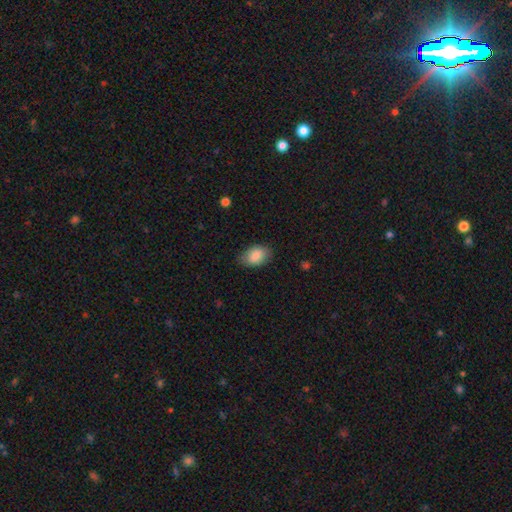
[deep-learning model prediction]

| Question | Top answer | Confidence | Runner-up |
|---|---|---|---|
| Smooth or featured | smooth | 84% | featured or disk (9%) |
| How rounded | in between | 86% | round (13%) |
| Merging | none | 79% | minor disturbance (17%) |